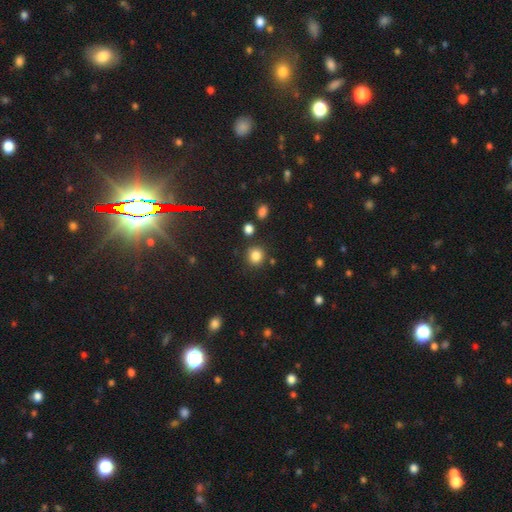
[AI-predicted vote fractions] smooth-or-featured: smooth: 82% | star or artifact: 13% | featured or disk: 5%
  how-rounded: round: 85% | in between: 14% | cigar-shaped: 1%
  merging: none: 82% | minor disturbance: 9% | merger: 5% | major disturbance: 3%